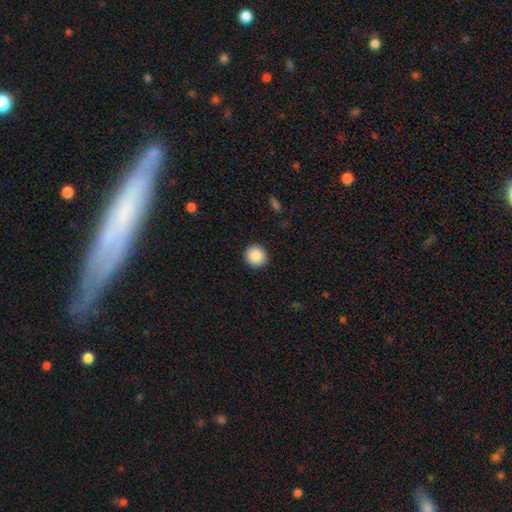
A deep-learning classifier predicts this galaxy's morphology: Smooth or featured: smooth — 89% (star or artifact — 8%)
How rounded: round — 90% (in between — 9%)
Merging: none — 92% (minor disturbance — 5%)